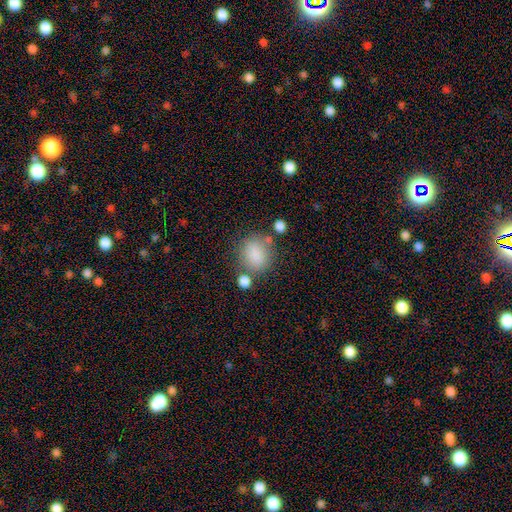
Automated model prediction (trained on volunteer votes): Smooth or featured? Predicted: smooth (p=0.83). How rounded? Predicted: round (p=0.65). Merging? Predicted: none (p=0.66).